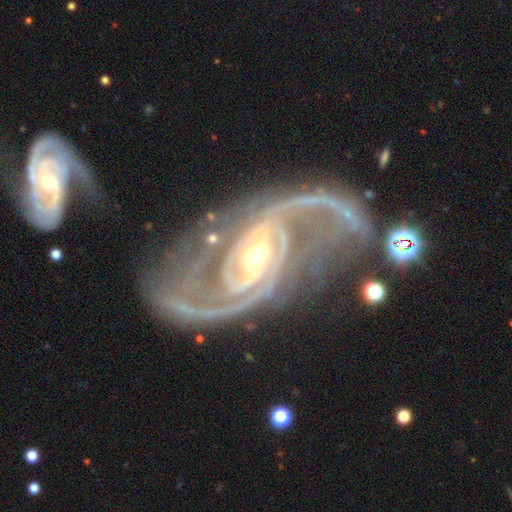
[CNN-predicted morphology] featured or disk 93%, star or artifact 4%, smooth 3%. Down the decision tree: edge-on disk — no (96%); bar — strong (36%); spiral arms — yes (96%); spiral arm count — 2 (56%); spiral winding — tight (39%, tied with medium); bulge size — moderate (67%); merging — none (48%).